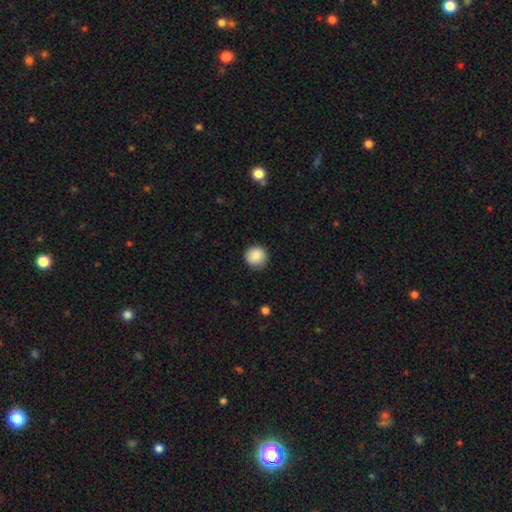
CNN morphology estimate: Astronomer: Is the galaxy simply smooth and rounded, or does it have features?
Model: smooth — 88%.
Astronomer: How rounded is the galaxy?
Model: round — 94%.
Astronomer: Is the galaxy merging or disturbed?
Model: none — 88%.